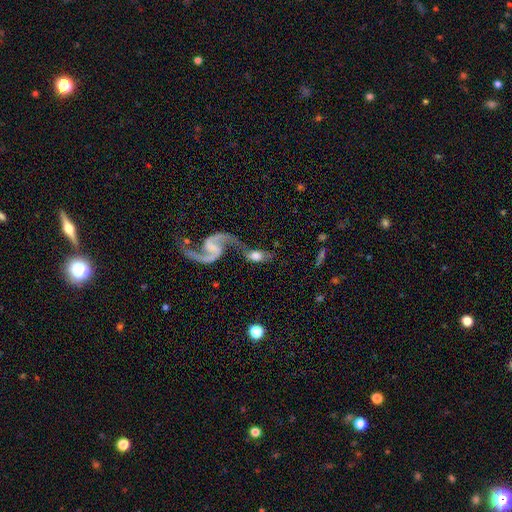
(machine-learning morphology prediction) Smooth or featured? featured or disk (63%)
Edge-on disk? no (93%)
Bar? no (54%)
Spiral arms? yes (80%)
Bulge size? small (26%)
Merging? merger (42%)